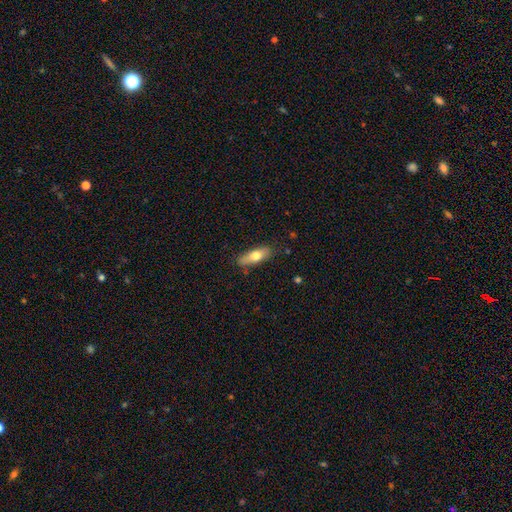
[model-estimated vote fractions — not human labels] A smooth galaxy with no disk features (68%) that is in between round and cigar-shaped (61%).

Vote fractions:
- Smooth or featured? smooth: 68% / featured or disk: 26% / star or artifact: 6%
- How rounded? in between: 61% / cigar-shaped: 36% / round: 3%
- Merging? none: 81% / minor disturbance: 15% / major disturbance: 3% / merger: 2%